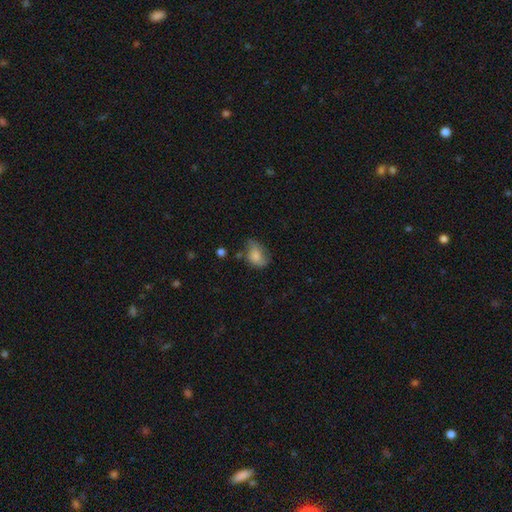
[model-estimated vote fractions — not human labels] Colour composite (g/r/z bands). It shows a smooth galaxy with no disk features (69%) that is in between round and cigar-shaped (76%). Merging: none (41%).